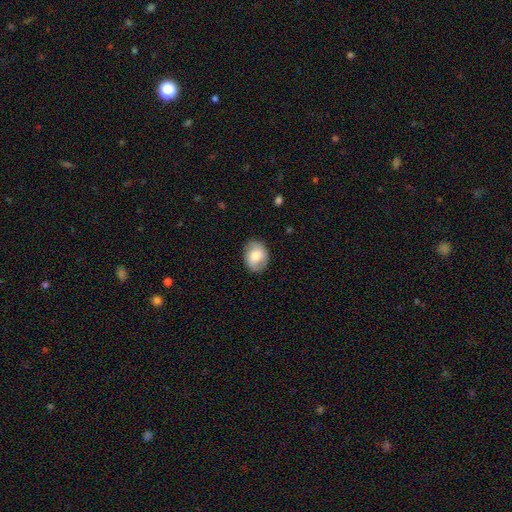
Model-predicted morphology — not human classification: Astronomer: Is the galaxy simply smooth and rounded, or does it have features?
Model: smooth — 65%.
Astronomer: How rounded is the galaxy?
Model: in between — 58% (runner-up: round, 41%).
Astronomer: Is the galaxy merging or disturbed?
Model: none — 81%.